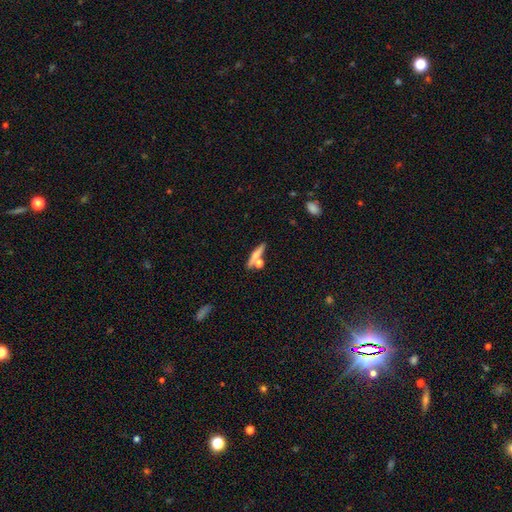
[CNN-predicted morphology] This is possibly a smooth galaxy (56%). How rounded: likely cigar-shaped (78%). Merging: likely none (63%).